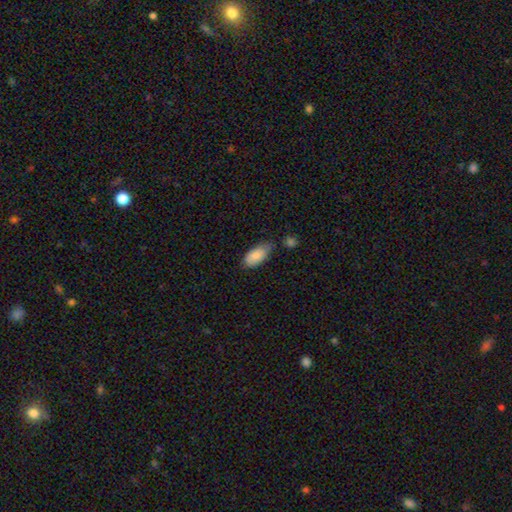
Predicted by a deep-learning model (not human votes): smooth 85%, featured or disk 9%, star or artifact 6%. Down the decision tree: how rounded — in between (92%); merging — none (56%).